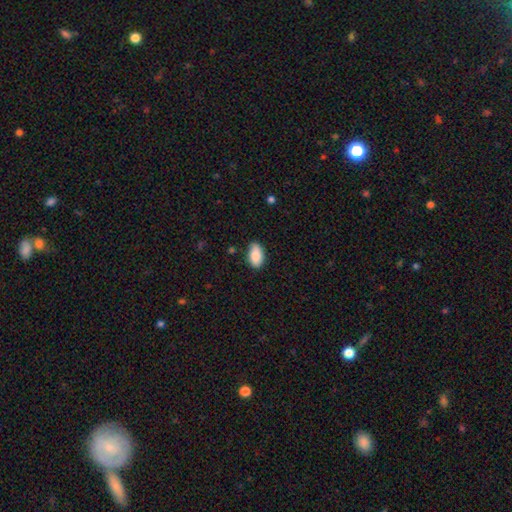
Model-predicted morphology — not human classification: A smooth galaxy with no disk features (84%) that is in between round and cigar-shaped (94%). Merging: none (76%).